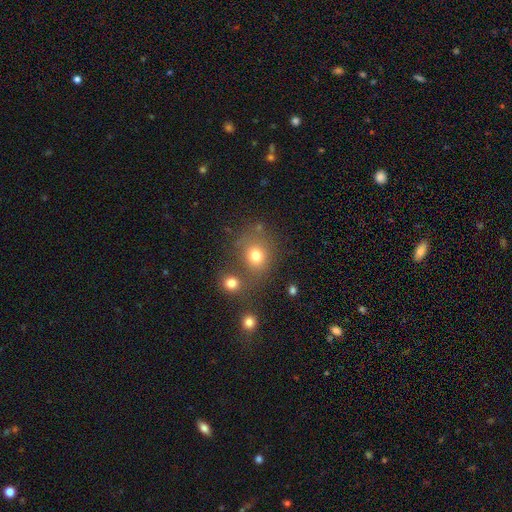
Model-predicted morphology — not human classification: Q: Smooth or featured?
A: smooth (74%); runner-up: star or artifact (15%)
Q: How rounded?
A: round (72%); runner-up: in between (27%)
Q: Merging?
A: none (59%); runner-up: merger (22%)